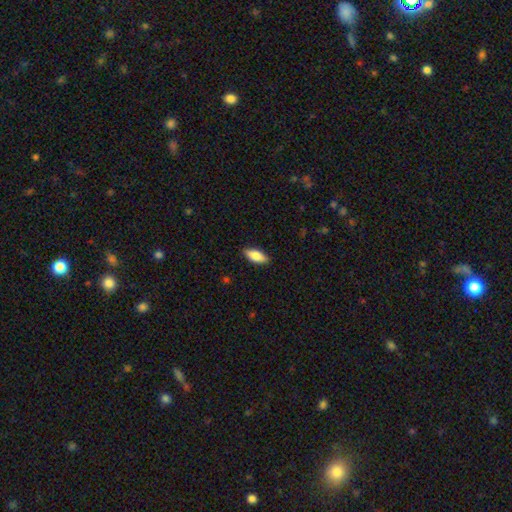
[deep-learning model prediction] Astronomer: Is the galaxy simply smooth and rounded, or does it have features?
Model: smooth — 81%.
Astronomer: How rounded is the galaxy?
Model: in between — 83%.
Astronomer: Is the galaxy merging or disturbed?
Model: none — 88%.